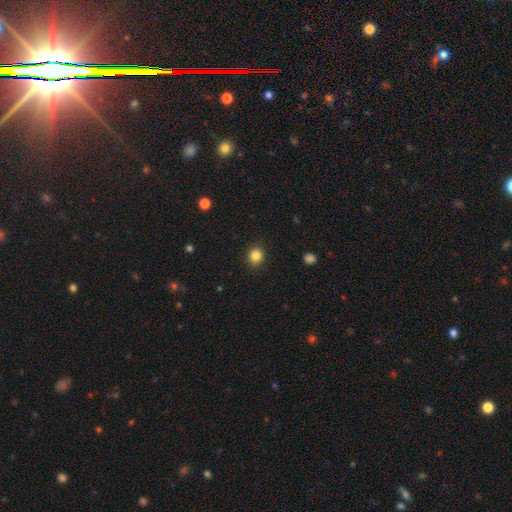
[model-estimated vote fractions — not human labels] A smooth galaxy with no disk features (85%) that is round (84%).

Vote fractions:
- Smooth or featured? smooth: 85% / star or artifact: 11% / featured or disk: 4%
- How rounded? round: 84% / in between: 15% / cigar-shaped: 1%
- Merging? none: 90% / minor disturbance: 7% / major disturbance: 2% / merger: 1%